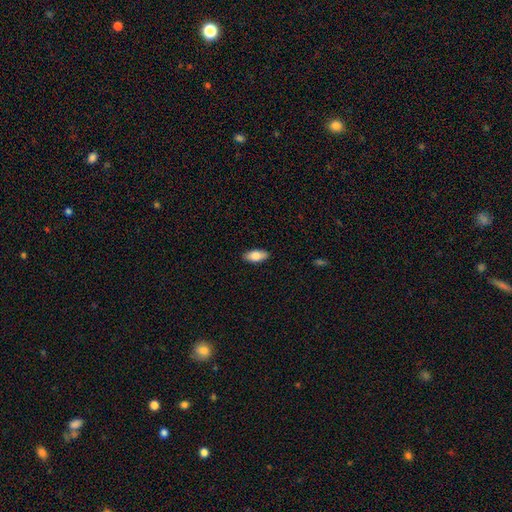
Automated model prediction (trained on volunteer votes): Smooth or featured?
  - smooth: 82% *
  - featured or disk: 11%
  - star or artifact: 6%
How rounded?
  - in between: 89% *
  - cigar-shaped: 8%
  - round: 2%
Merging?
  - none: 90% *
  - minor disturbance: 8%
  - major disturbance: 2%
  - merger: 1%